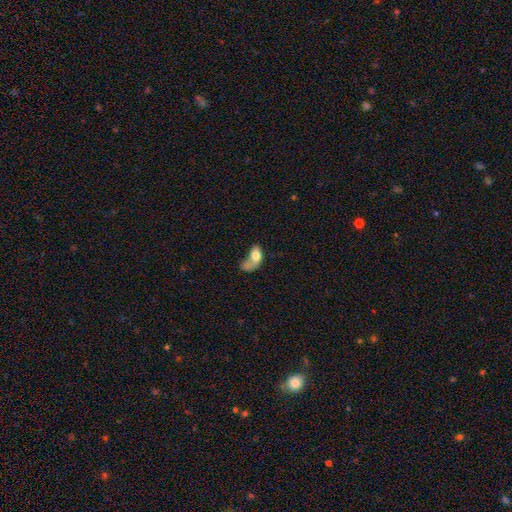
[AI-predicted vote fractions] This appears to be a smooth galaxy with no disk features (68%) that is in between round and cigar-shaped (83%). Merging: major disturbance (40%).